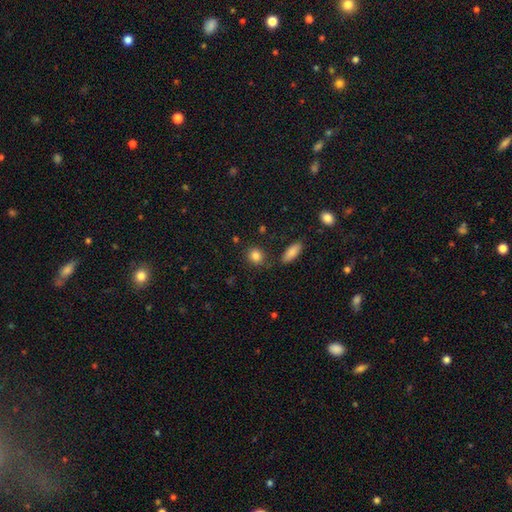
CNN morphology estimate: Smooth or featured? Predicted: smooth (p=0.85). How rounded? Predicted: round (p=0.71). Merging? Predicted: none (p=0.82).